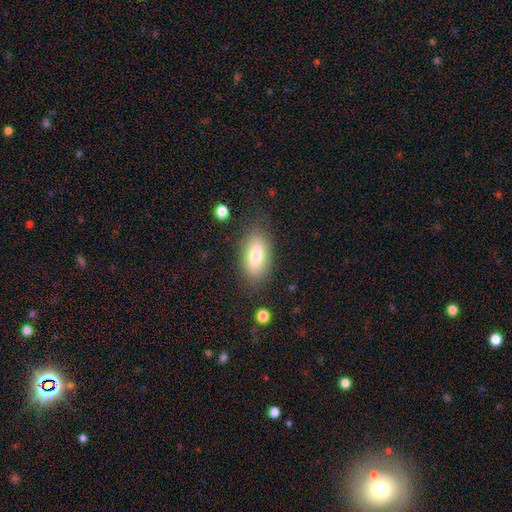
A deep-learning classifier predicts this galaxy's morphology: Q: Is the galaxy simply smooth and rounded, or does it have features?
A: smooth — 77%.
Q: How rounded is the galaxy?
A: in between — 89%.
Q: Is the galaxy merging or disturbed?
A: none — 79%.